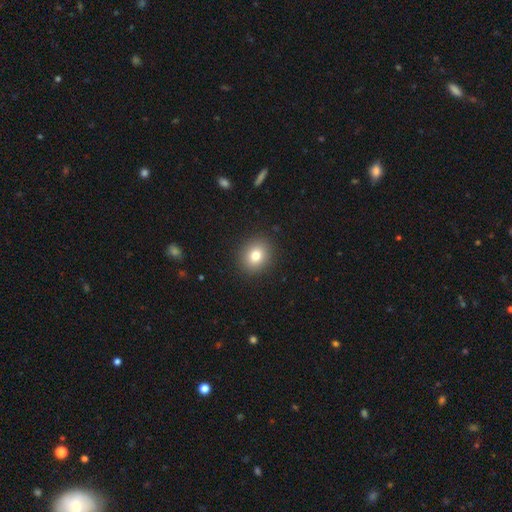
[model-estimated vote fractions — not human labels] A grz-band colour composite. It shows a smooth galaxy with no disk features (80%) that is round (74%). Merging: none (91%).